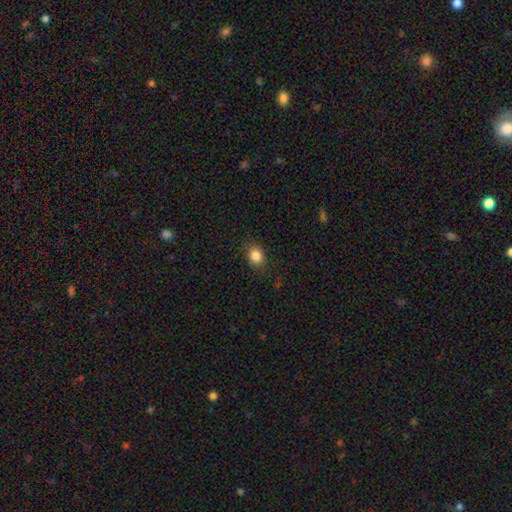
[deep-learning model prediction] Overall: smooth (85%). How rounded: in between (53%; round 46%). Merging: none (84%).